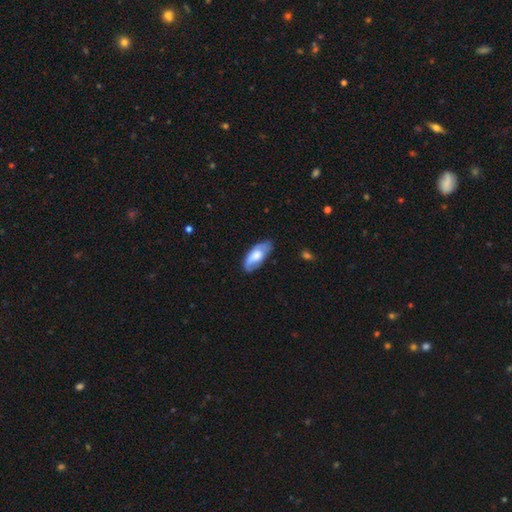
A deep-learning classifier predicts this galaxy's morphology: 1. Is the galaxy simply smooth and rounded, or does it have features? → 59% smooth, 35% featured or disk, 6% star or artifact.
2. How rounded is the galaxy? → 84% in between, 14% cigar-shaped, 2% round.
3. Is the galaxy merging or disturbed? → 62% none, 28% minor disturbance, 8% major disturbance, 2% merger.